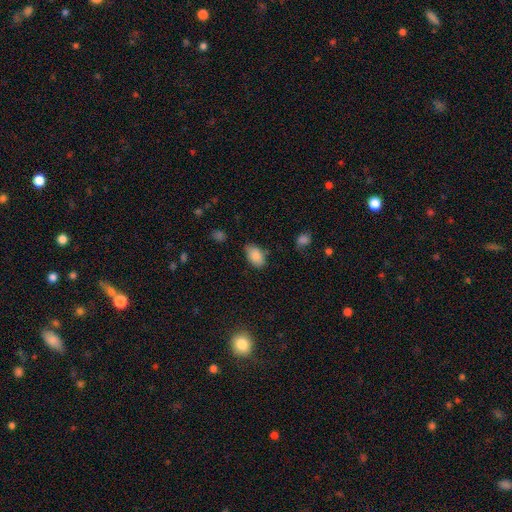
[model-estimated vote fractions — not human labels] smooth 85%, star or artifact 8%, featured or disk 7%. Down the decision tree: how rounded — in between (91%); merging — none (73%).